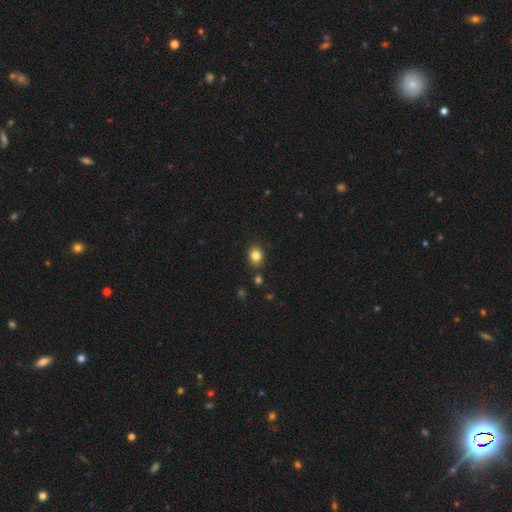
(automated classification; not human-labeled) Smooth or featured: smooth — 83% (star or artifact — 11%)
How rounded: round — 53% (in between — 46%)
Merging: none — 83% (minor disturbance — 10%)